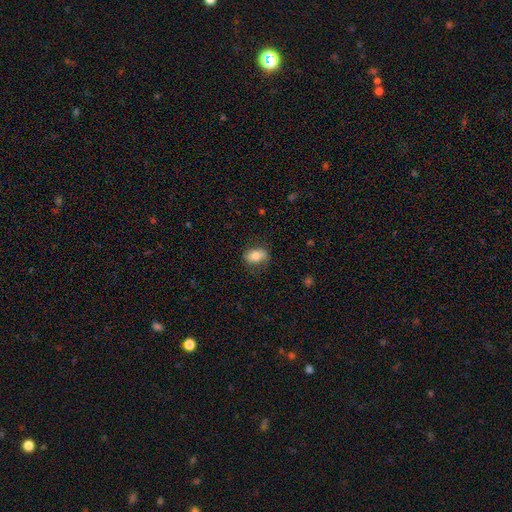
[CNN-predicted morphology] type=smooth (76%); roundness=in between (78%); merging=none (69%).